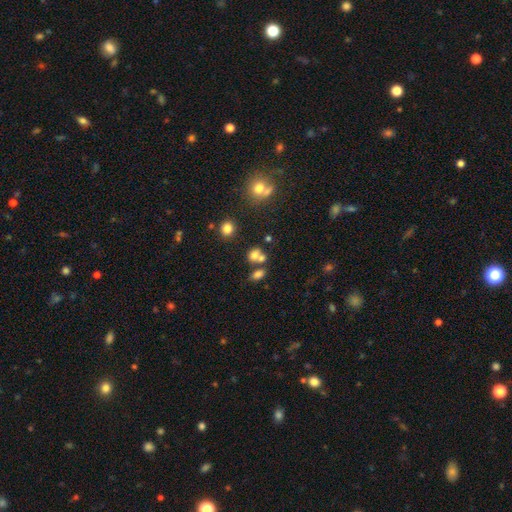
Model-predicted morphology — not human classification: The model was most divided on "merging": merger: 48%, none: 36%, minor disturbance: 10%, major disturbance: 6%. More confident: smooth or featured — smooth (70%); how rounded — in between (56%).